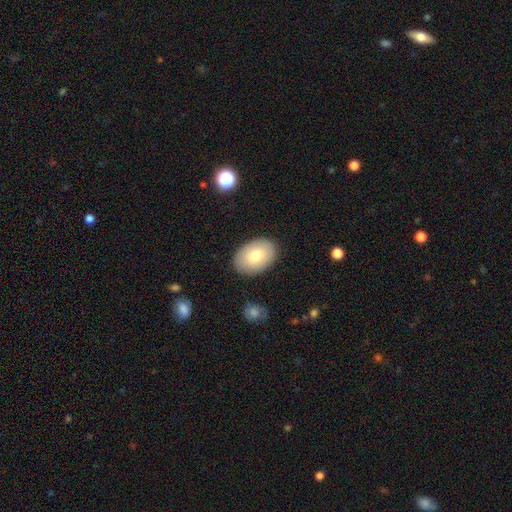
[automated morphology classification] A smooth galaxy with no disk features (77%) that is in between round and cigar-shaped (86%). Merging: none (87%).